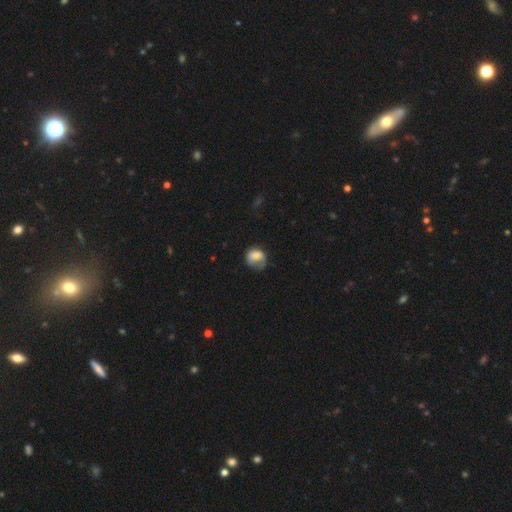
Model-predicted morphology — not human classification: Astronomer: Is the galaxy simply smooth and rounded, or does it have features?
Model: smooth — 71%.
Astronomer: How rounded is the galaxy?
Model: round — 61% (runner-up: in between, 38%).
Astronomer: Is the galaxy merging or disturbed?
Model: none — 39% (runner-up: minor disturbance, 34%).